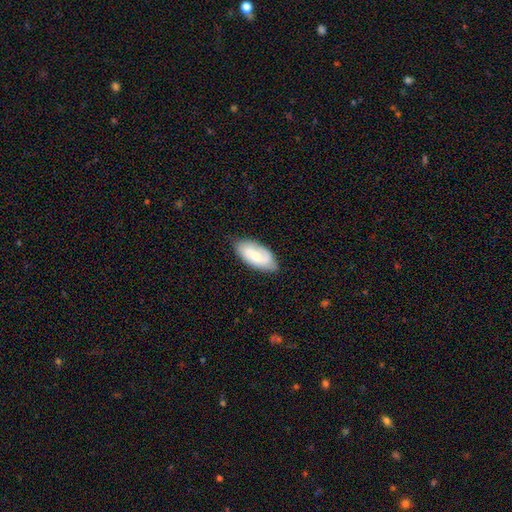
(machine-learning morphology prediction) Smooth or featured? smooth (52%)
How rounded? in between (91%)
Merging? none (76%)